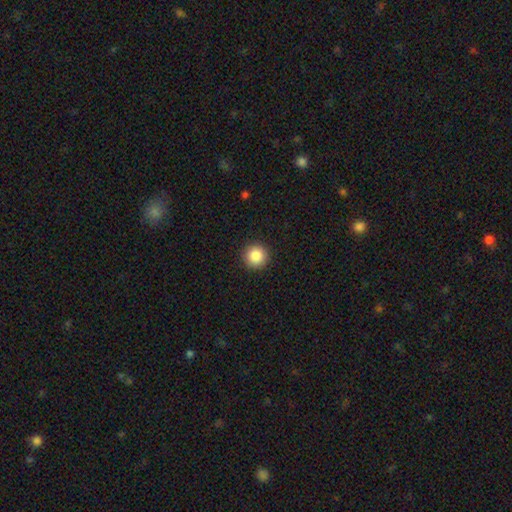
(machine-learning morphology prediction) A smooth galaxy with no disk features (87%) that is round (96%). Merging: none (93%).